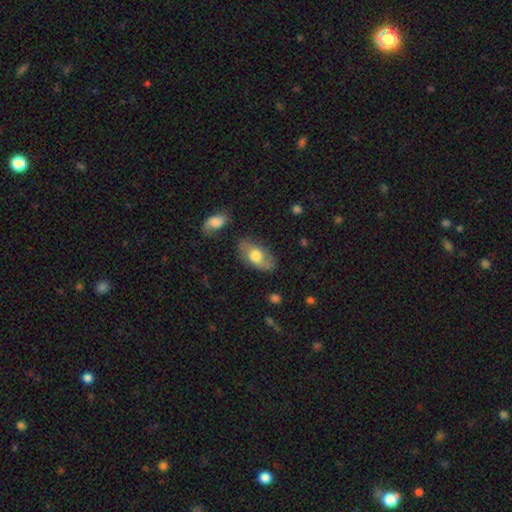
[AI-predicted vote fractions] smooth 58%, featured or disk 35%, star or artifact 7%. Down the decision tree: how rounded — in between (91%); merging — none (73%).